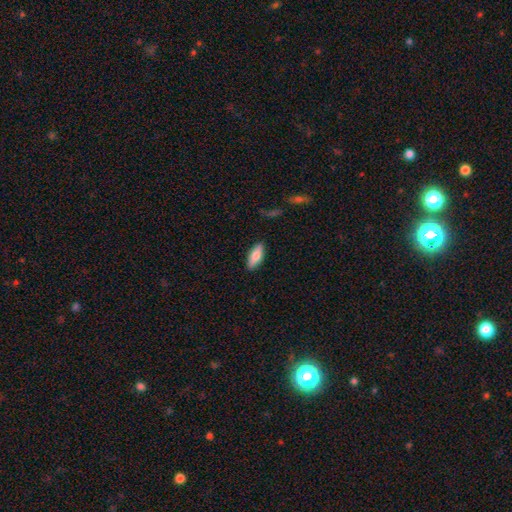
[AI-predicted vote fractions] Smooth or featured? Predicted: smooth (p=0.79). How rounded? Predicted: in between (p=0.72). Merging? Predicted: none (p=0.87).